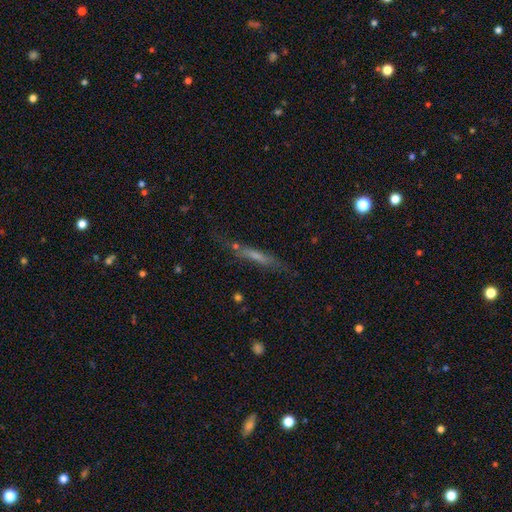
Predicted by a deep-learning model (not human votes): Smooth or featured: featured or disk — 48% (smooth — 39%)
Merging: none — 69% (minor disturbance — 19%)